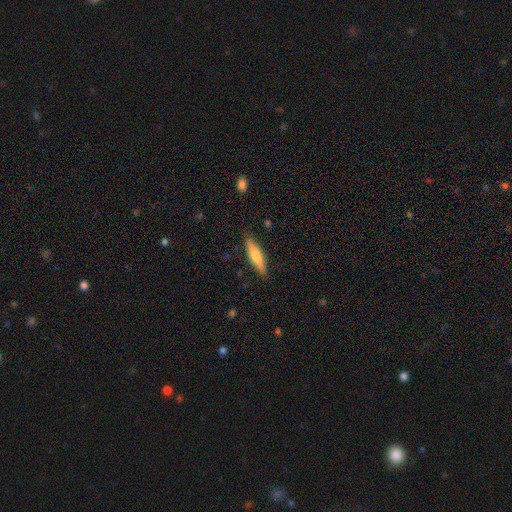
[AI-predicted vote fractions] Smooth or featured: smooth — 67% (featured or disk — 27%)
How rounded: cigar-shaped — 76% (in between — 22%)
Merging: none — 87% (minor disturbance — 10%)